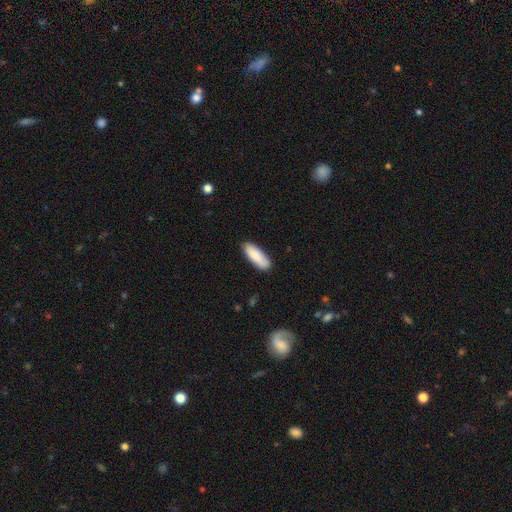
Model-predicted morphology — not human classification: Q: Smooth or featured?
A: smooth (86%); runner-up: featured or disk (8%)
Q: How rounded?
A: in between (66%); runner-up: cigar-shaped (32%)
Q: Merging?
A: none (82%); runner-up: minor disturbance (14%)